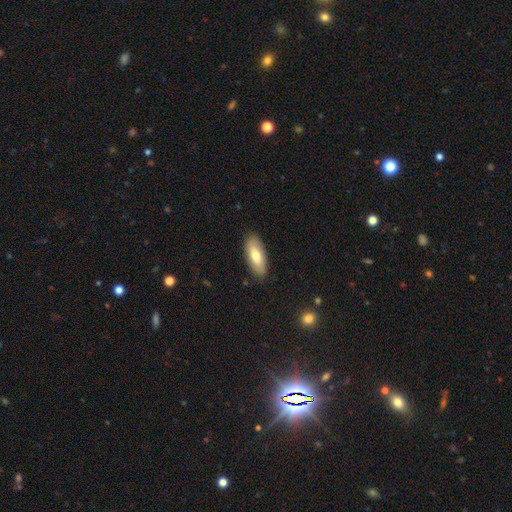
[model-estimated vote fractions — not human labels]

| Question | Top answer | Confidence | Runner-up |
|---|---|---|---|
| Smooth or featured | smooth | 72% | featured or disk (22%) |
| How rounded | in between | 80% | cigar-shaped (18%) |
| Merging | none | 86% | minor disturbance (11%) |